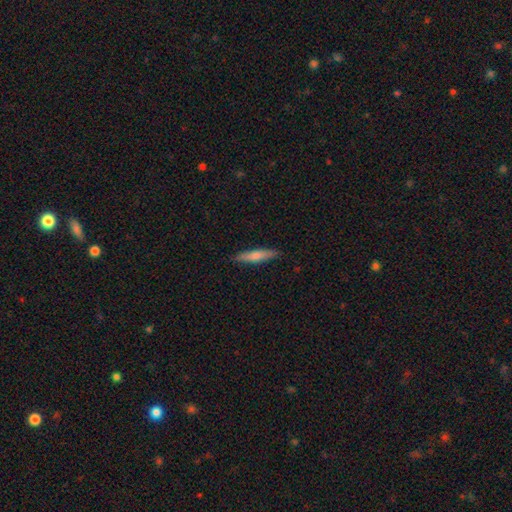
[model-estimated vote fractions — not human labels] A smooth galaxy with no disk features (69%) that is cigar-shaped (84%). Merging: none (88%).